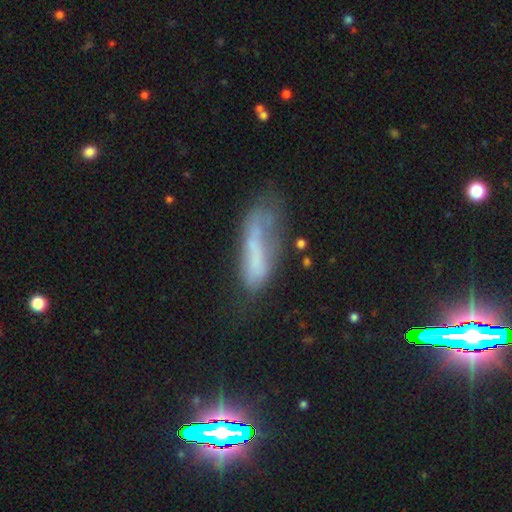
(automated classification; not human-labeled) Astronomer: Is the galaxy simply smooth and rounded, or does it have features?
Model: smooth — 51% (runner-up: featured or disk, 33%).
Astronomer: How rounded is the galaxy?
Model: cigar-shaped — 57% (runner-up: in between, 41%).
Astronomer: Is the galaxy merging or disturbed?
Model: none — 33% (runner-up: major disturbance, 30%).